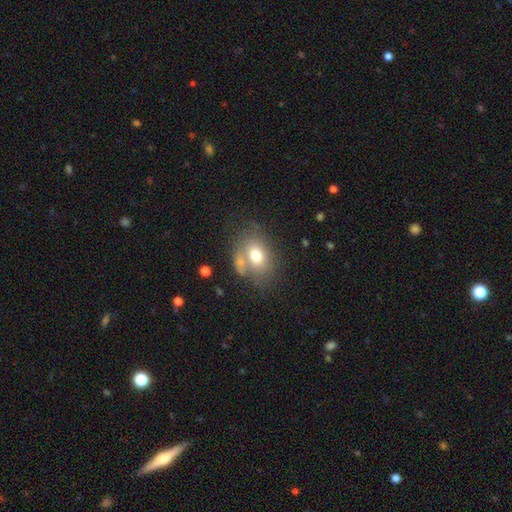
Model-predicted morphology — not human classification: Overall: smooth (70%). How rounded: in between (71%). Merging: none (52%; merger 21%).